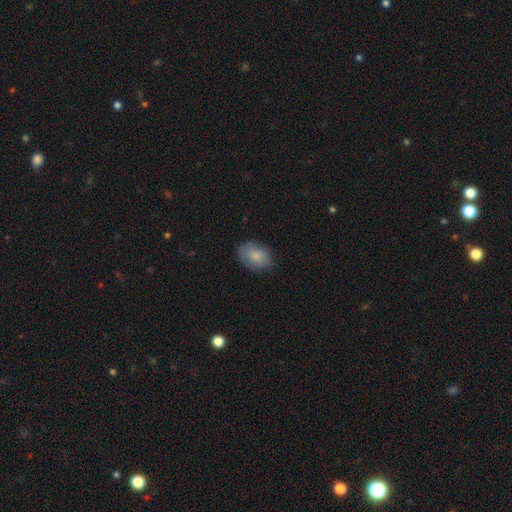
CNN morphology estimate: The model was most divided on "how rounded": in between: 78%, round: 21%, cigar-shaped: 1%. More confident: smooth or featured — smooth (84%); merging — none (79%).